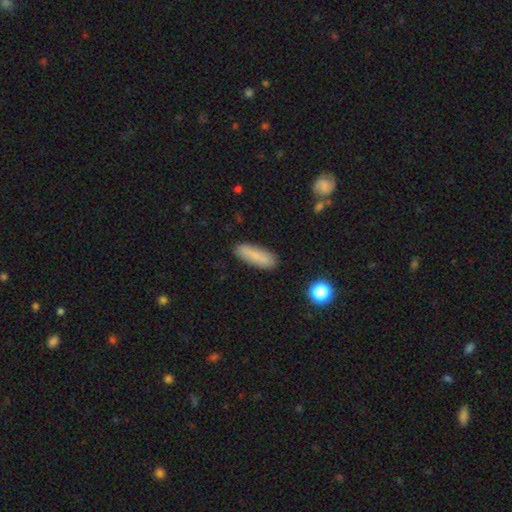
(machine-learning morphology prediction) Smooth or featured? smooth (82%)
How rounded? cigar-shaped (57%)
Merging? none (86%)